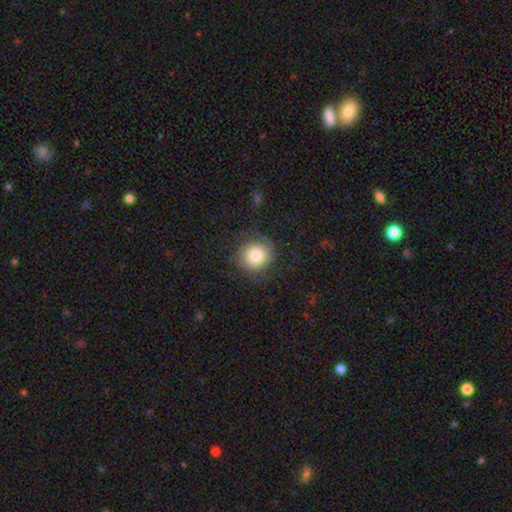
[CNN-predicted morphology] smooth-or-featured: smooth: 76% | featured or disk: 16% | star or artifact: 8%
  how-rounded: round: 88% | in between: 11% | cigar-shaped: 1%
  merging: none: 75% | minor disturbance: 14% | major disturbance: 9% | merger: 1%